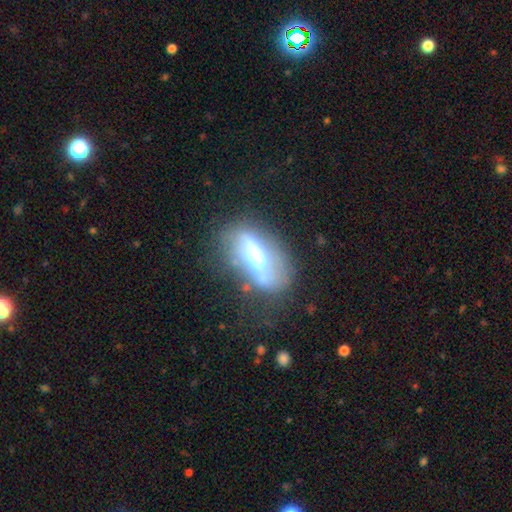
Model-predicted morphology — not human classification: Smooth or featured? featured or disk (55%)
Edge-on disk? no (71%)
Merging? none (51%)